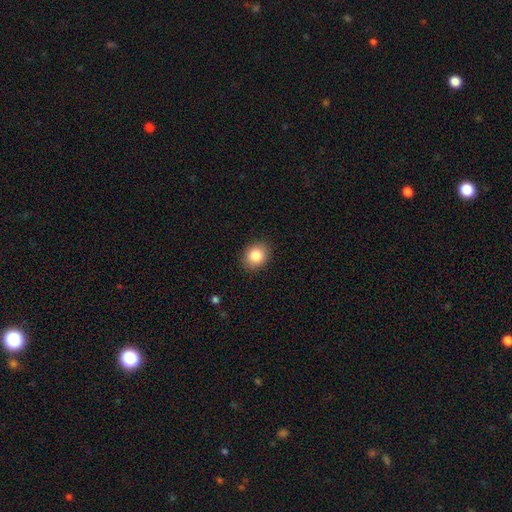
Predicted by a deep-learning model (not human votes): A smooth galaxy with no disk features (84%) that is round (63%). Merging: none (89%).